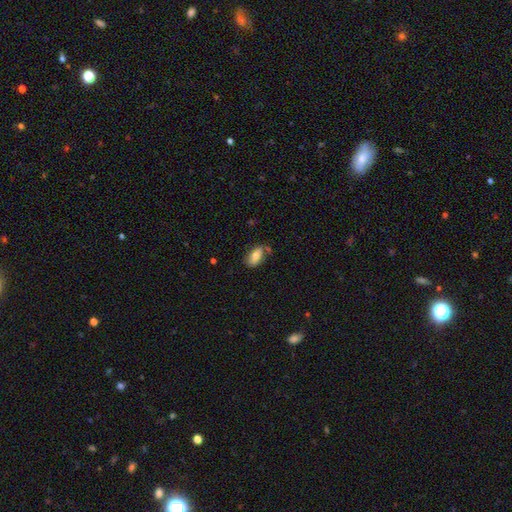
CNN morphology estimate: A smooth galaxy with no disk features (76%) that is in between round and cigar-shaped (90%).

Vote fractions:
- Smooth or featured? smooth: 76% / featured or disk: 17% / star or artifact: 8%
- How rounded? in between: 90% / cigar-shaped: 7% / round: 4%
- Merging? none: 64% / minor disturbance: 22% / merger: 9% / major disturbance: 6%